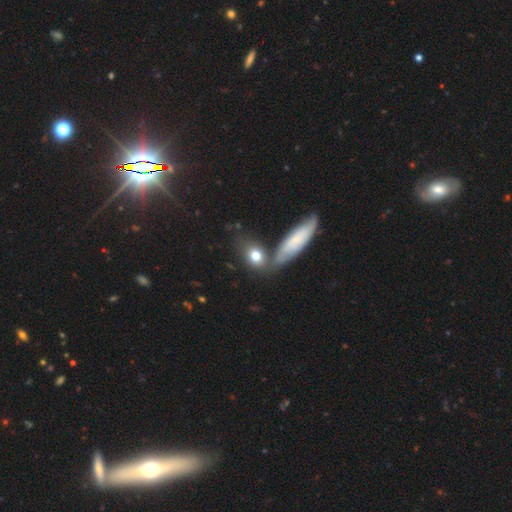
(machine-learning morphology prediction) The model was most divided on "how rounded": in between: 57%, round: 31%, cigar-shaped: 12%. More confident: smooth or featured — smooth (76%); merging — none (61%).